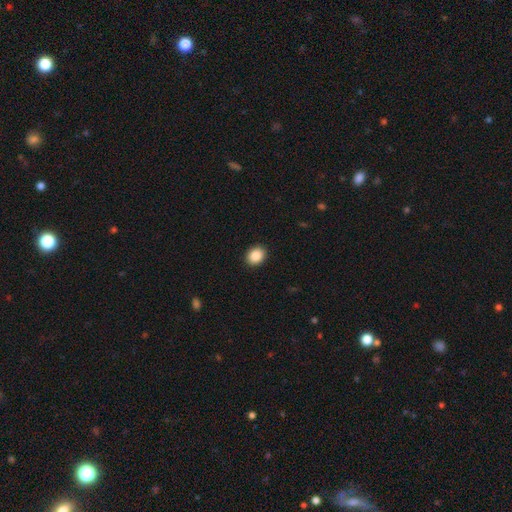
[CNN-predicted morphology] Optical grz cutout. It shows a smooth galaxy with no disk features (88%) that is round (50%). Merging: none (91%).